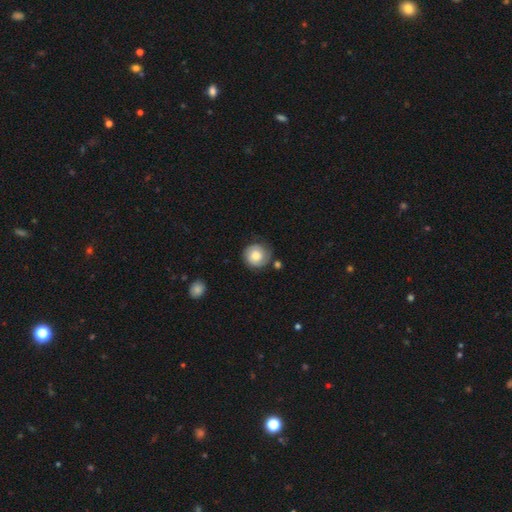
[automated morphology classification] The model was most divided on "smooth or featured": smooth: 73%, featured or disk: 19%, star or artifact: 8%. More confident: how rounded — round (91%); merging — none (73%).